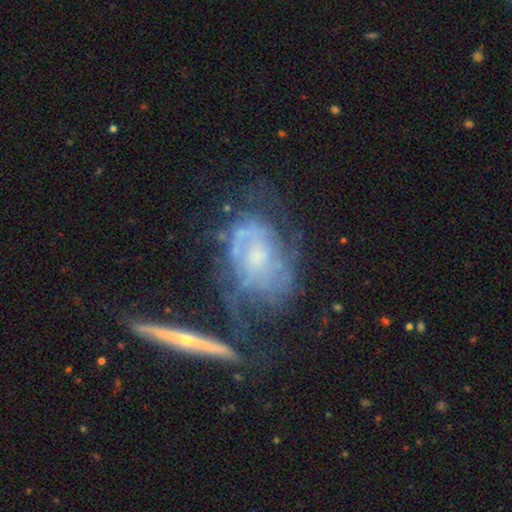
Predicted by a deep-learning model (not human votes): featured or disk 79%, smooth 14%, star or artifact 7%. Down the decision tree: edge-on disk — no (89%); bar — no (67%); spiral arms — yes (83%); spiral arm count — can't tell (45%); spiral winding — tight (53%); bulge size — small (43%); merging — none (46%).